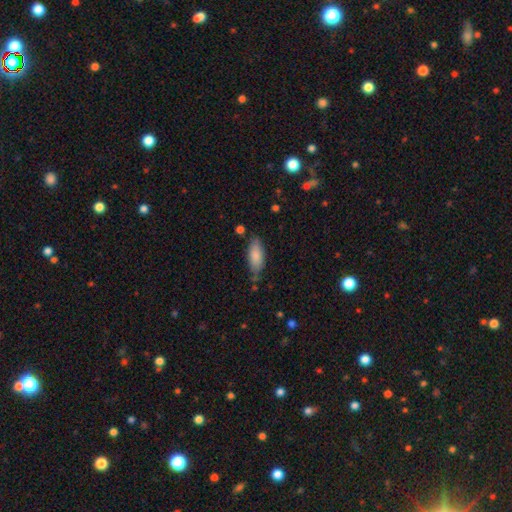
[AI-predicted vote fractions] A smooth galaxy with no disk features (84%) that is in between round and cigar-shaped (79%).

Vote fractions:
- Smooth or featured? smooth: 84% / featured or disk: 10% / star or artifact: 6%
- How rounded? in between: 79% / cigar-shaped: 19% / round: 2%
- Merging? none: 68% / minor disturbance: 24% / major disturbance: 5% / merger: 4%